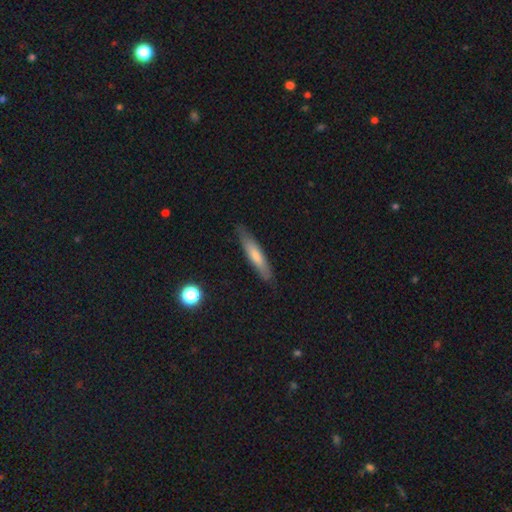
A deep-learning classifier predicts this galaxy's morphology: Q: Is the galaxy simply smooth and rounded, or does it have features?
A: smooth — 67%.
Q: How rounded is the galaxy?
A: cigar-shaped — 86%.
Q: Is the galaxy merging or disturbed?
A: none — 85%.